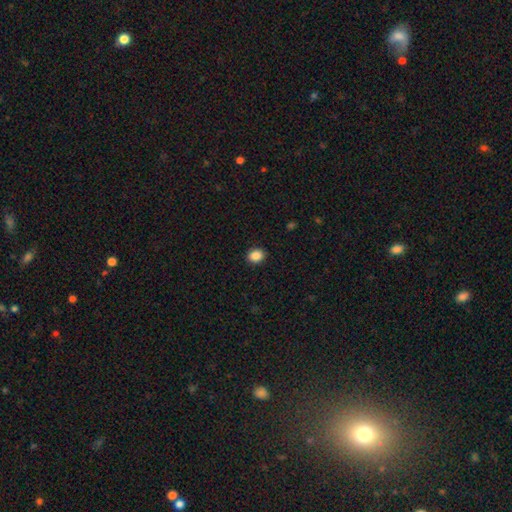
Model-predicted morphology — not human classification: The model was most divided on "how rounded": round: 57%, in between: 42%, cigar-shaped: 1%. More confident: merging — none (91%); smooth or featured — smooth (88%).